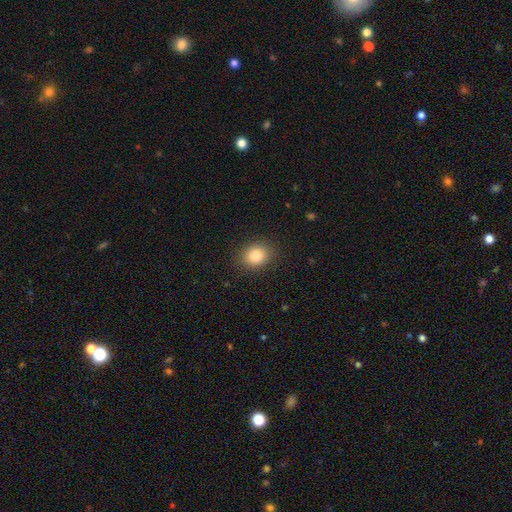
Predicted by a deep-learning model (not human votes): The model was most divided on "how rounded": round: 63%, in between: 36%, cigar-shaped: 1%. More confident: merging — none (89%); smooth or featured — smooth (82%).